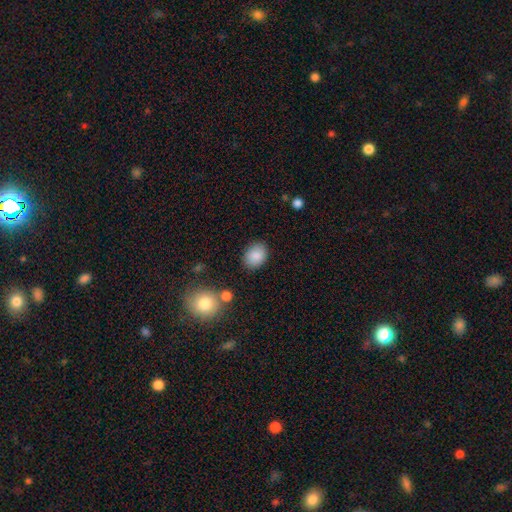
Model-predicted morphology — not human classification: A smooth galaxy with no disk features (87%) that is in between round and cigar-shaped (61%). Merging: none (84%).